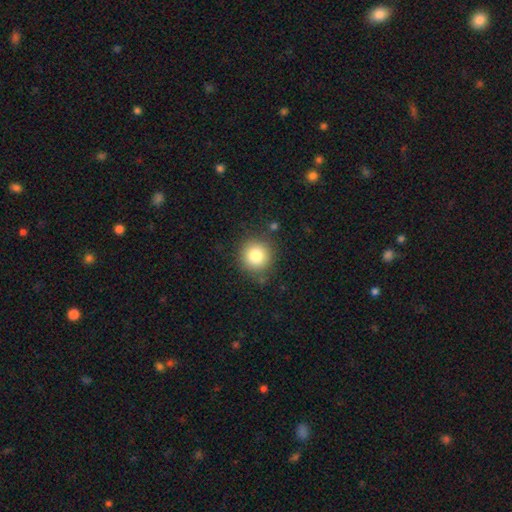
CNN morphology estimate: A smooth galaxy with no disk features (80%) that is round (94%).

Vote fractions:
- Smooth or featured? smooth: 80% / star or artifact: 11% / featured or disk: 9%
- How rounded? round: 94% / in between: 5% / cigar-shaped: 1%
- Merging? none: 85% / minor disturbance: 9% / major disturbance: 3% / merger: 3%